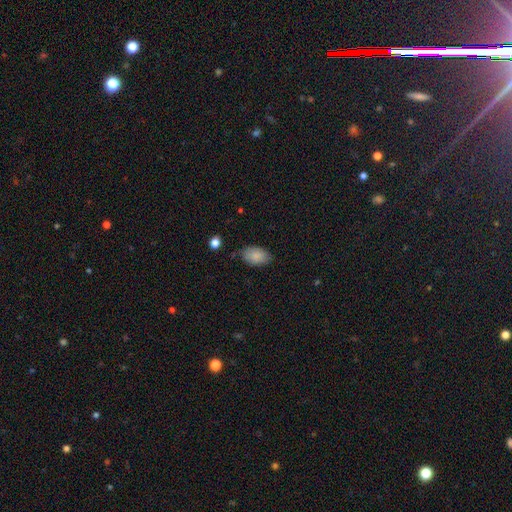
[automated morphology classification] smooth-or-featured: smooth: 86% | star or artifact: 7% | featured or disk: 7%
  how-rounded: in between: 92% | round: 6% | cigar-shaped: 2%
  merging: none: 76% | minor disturbance: 18% | major disturbance: 3% | merger: 2%